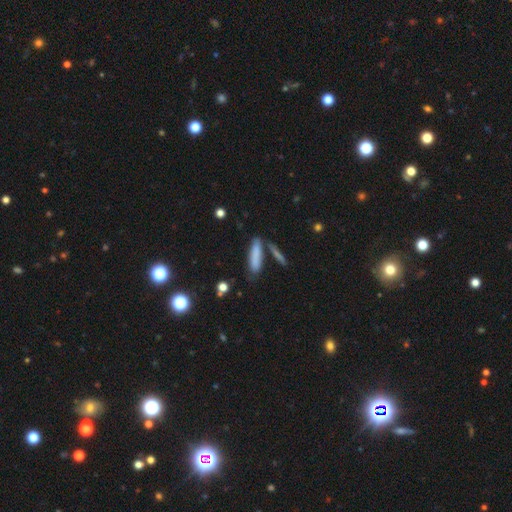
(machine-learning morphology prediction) The model was most divided on "how rounded": cigar-shaped: 74%, in between: 24%, round: 2%. More confident: smooth or featured — smooth (79%); merging — none (69%).